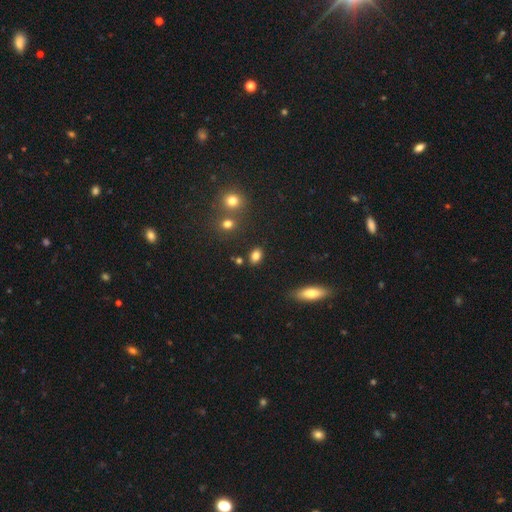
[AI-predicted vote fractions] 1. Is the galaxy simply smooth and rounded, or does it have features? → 82% smooth, 11% star or artifact, 7% featured or disk.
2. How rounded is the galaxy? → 77% in between, 20% round, 2% cigar-shaped.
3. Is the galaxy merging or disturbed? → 80% none, 11% minor disturbance, 5% merger, 3% major disturbance.